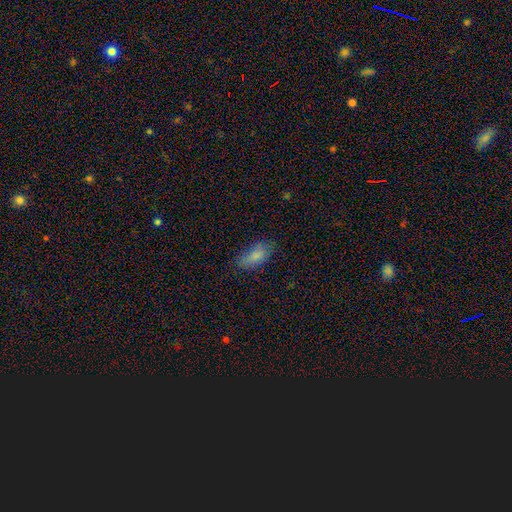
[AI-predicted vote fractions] smooth-or-featured: smooth: 83% | featured or disk: 9% | star or artifact: 8%
  how-rounded: in between: 89% | cigar-shaped: 8% | round: 3%
  merging: none: 70% | minor disturbance: 22% | major disturbance: 7% | merger: 1%